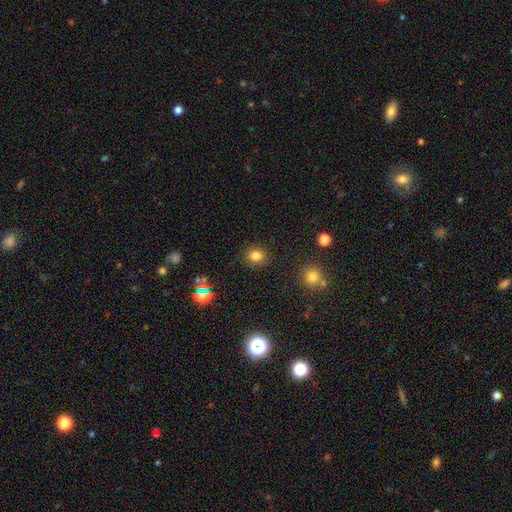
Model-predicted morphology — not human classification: Overall: smooth (80%). How rounded: round (78%). Merging: none (89%).